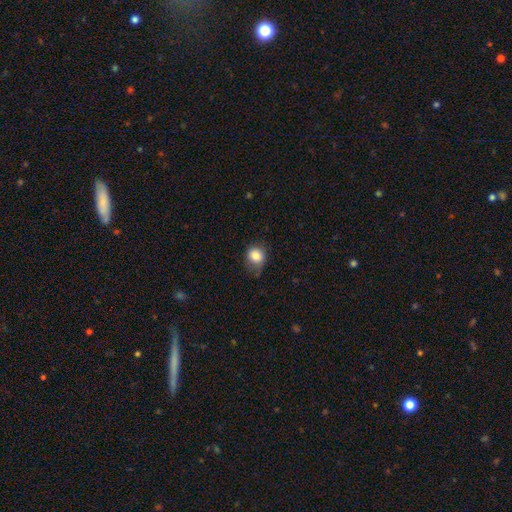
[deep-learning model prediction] Smooth or featured? Predicted: smooth (p=0.83). How rounded? Predicted: round (p=0.73). Merging? Predicted: none (p=0.63).